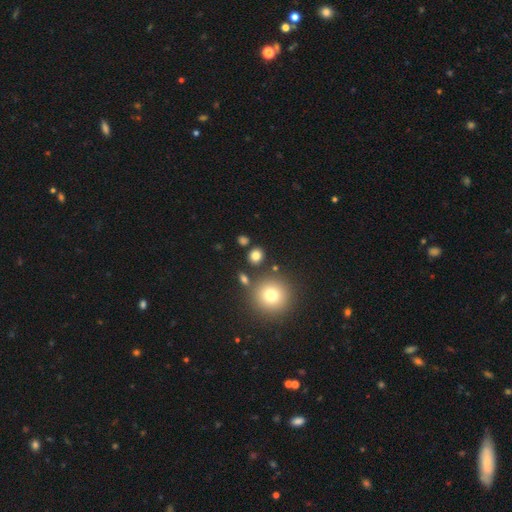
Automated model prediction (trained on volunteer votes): Smooth or featured? Predicted: smooth (p=0.78). How rounded? Predicted: round (p=0.76). Merging? Predicted: none (p=0.82).